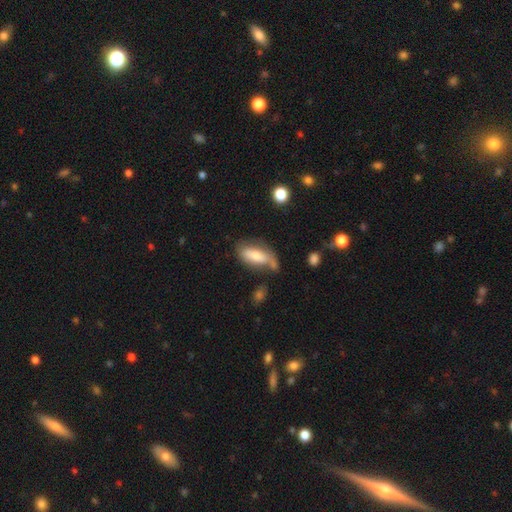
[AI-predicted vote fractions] This appears to be a smooth galaxy with no disk features (58%) that is in between round and cigar-shaped (79%). Merging: none (47%).